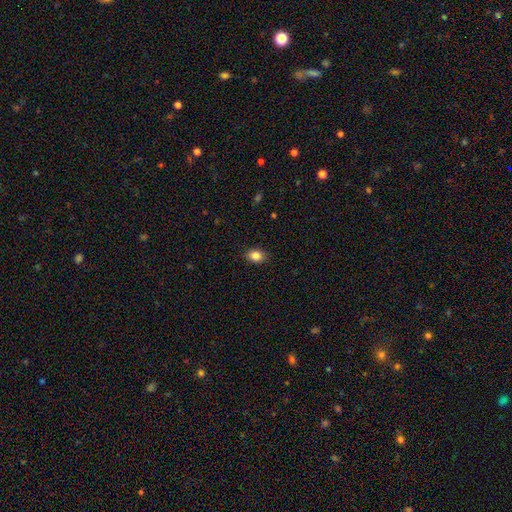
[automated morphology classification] Smooth or featured: smooth — 85% (star or artifact — 10%)
How rounded: in between — 68% (round — 31%)
Merging: none — 89% (minor disturbance — 8%)